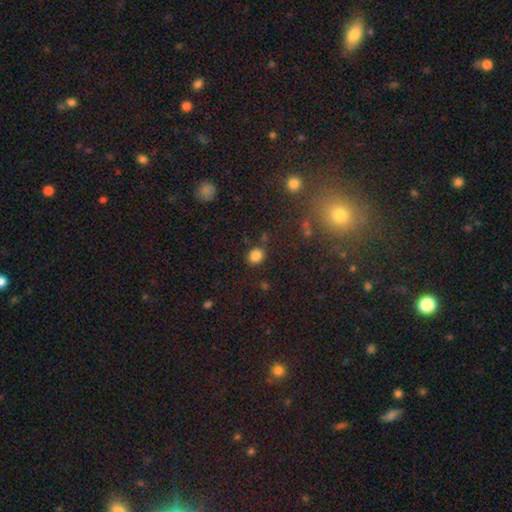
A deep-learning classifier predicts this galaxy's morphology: Smooth or featured? Predicted: smooth (p=0.84). How rounded? Predicted: round (p=0.72). Merging? Predicted: none (p=0.79).